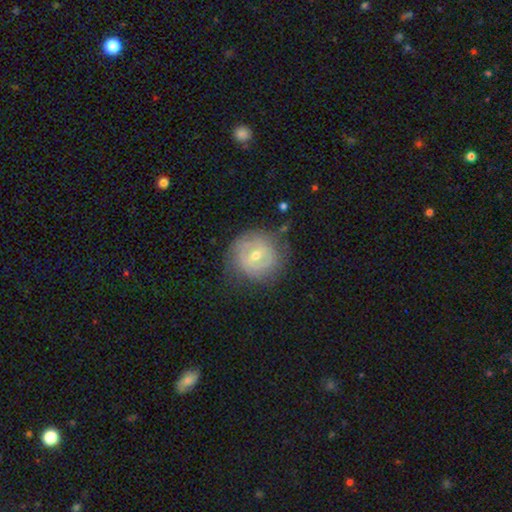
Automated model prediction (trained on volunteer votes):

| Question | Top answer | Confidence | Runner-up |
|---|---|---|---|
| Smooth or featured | featured or disk | 61% | smooth (31%) |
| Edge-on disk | no | 96% | yes (4%) |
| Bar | weak | 46% | no (40%) |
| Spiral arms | yes | 64% | no (36%) |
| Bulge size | moderate | 54% | small (42%) |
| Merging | none | 74% | minor disturbance (17%) |